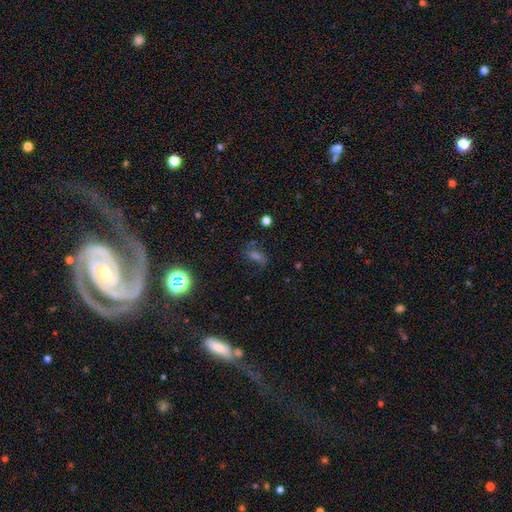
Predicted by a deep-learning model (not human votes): This appears to be a star or artifact, not a galaxy (36%).